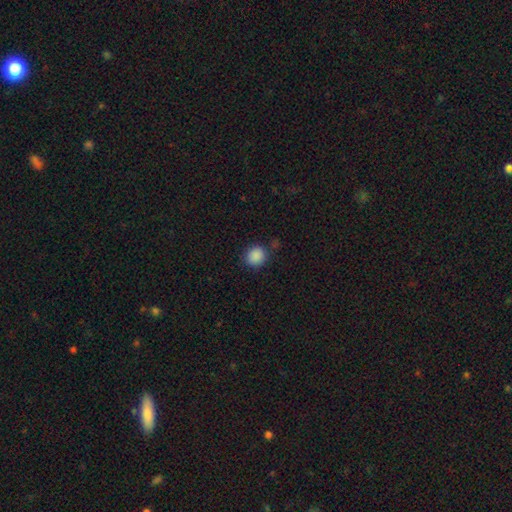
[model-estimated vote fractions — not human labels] Q: Smooth or featured?
A: smooth (88%); runner-up: star or artifact (9%)
Q: How rounded?
A: round (83%); runner-up: in between (16%)
Q: Merging?
A: none (82%); runner-up: minor disturbance (11%)